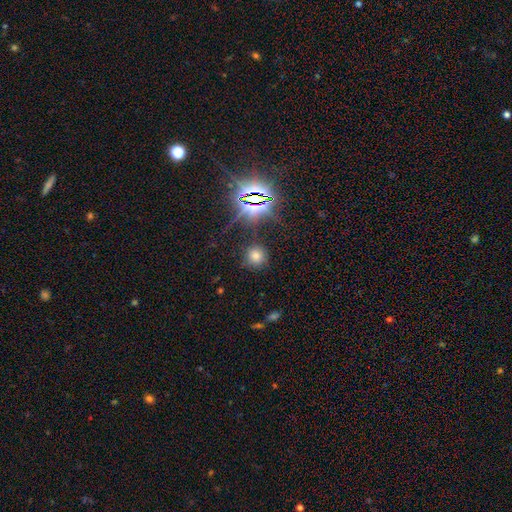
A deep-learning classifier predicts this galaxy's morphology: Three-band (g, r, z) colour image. It shows a smooth galaxy with no disk features (60%) that is round (89%). Merging: none (84%).